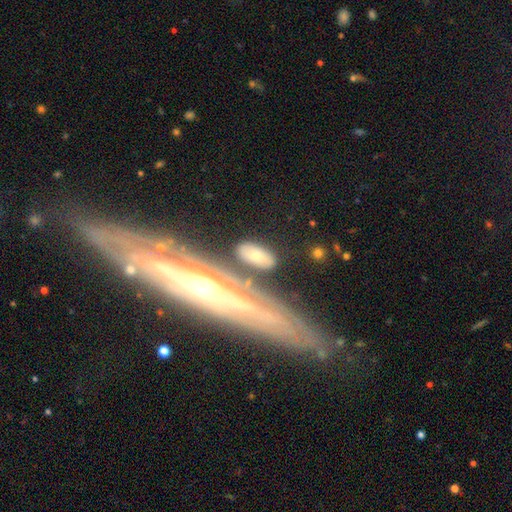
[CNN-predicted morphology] smooth-or-featured: smooth: 61% | featured or disk: 31% | star or artifact: 8%
  how-rounded: in between: 84% | cigar-shaped: 11% | round: 6%
  merging: none: 66% | minor disturbance: 16% | merger: 11% | major disturbance: 7%